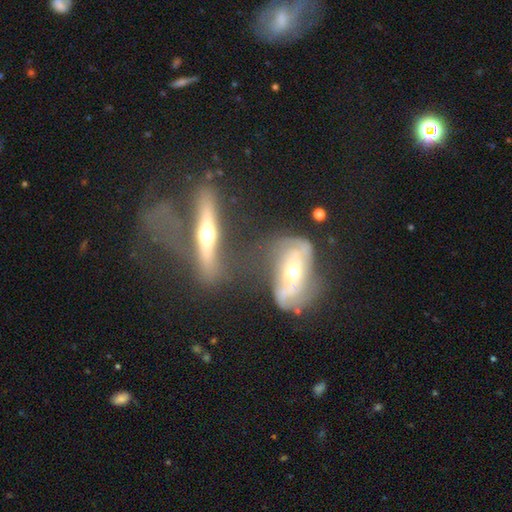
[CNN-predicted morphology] This is likely a featured or disk galaxy (74%). It is possibly viewed edge-on (57%). Merging: marginally none (40%).